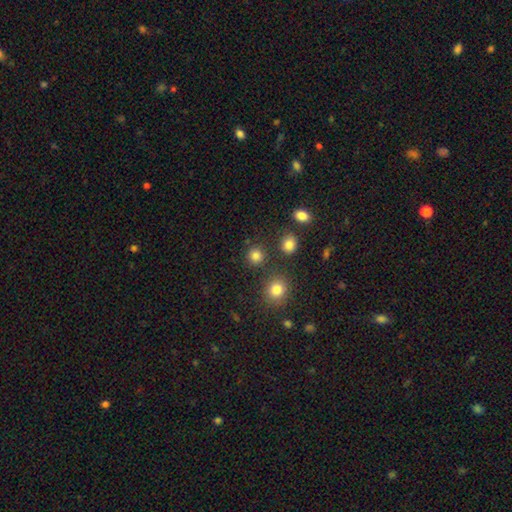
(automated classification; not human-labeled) A smooth galaxy with no disk features (83%) that is round (91%). Merging: none (84%).